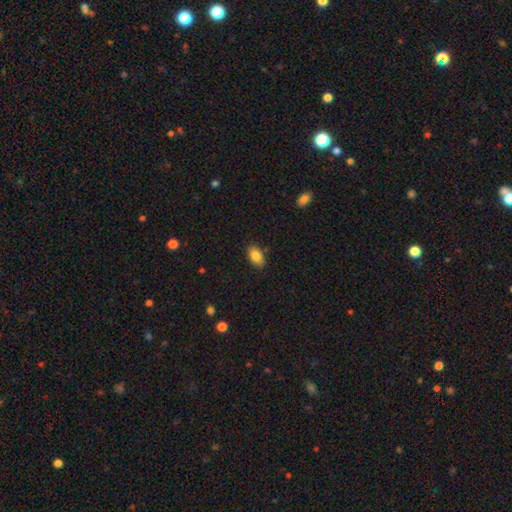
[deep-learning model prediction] This is clearly a smooth galaxy (84%). How rounded: clearly in between (92%). Merging: clearly none (86%).